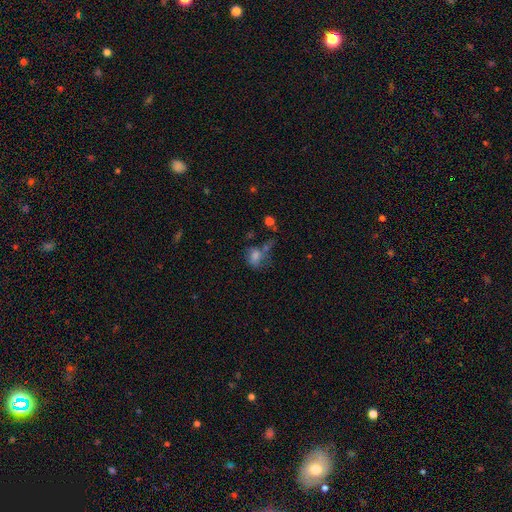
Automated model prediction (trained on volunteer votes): A smooth galaxy with no disk features (63%) that is in between round and cigar-shaped (58%).

Vote fractions:
- Smooth or featured? smooth: 63% / star or artifact: 19% / featured or disk: 18%
- How rounded? in between: 58% / round: 40% / cigar-shaped: 2%
- Merging? none: 38% / major disturbance: 25% / minor disturbance: 21% / merger: 16%